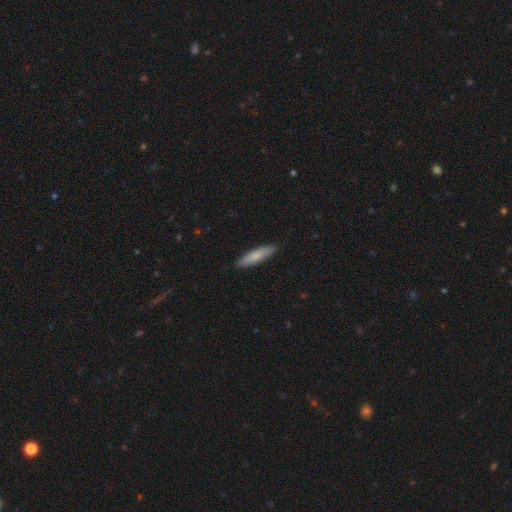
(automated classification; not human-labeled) The model was most divided on "how rounded": cigar-shaped: 83%, in between: 16%, round: 1%. More confident: merging — none (90%); smooth or featured — smooth (81%).